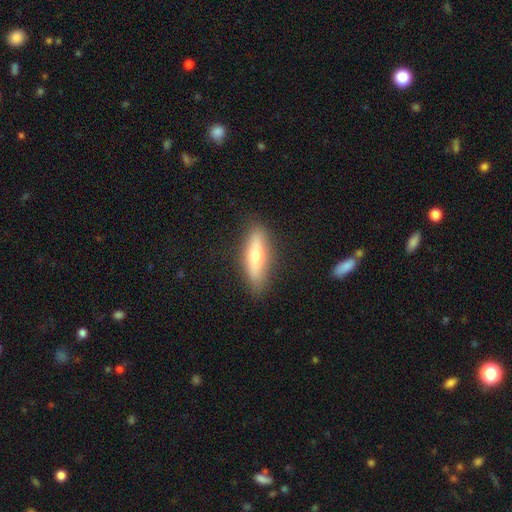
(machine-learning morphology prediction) This is possibly a smooth galaxy (55%). How rounded: likely cigar-shaped (69%). Merging: clearly none (85%).